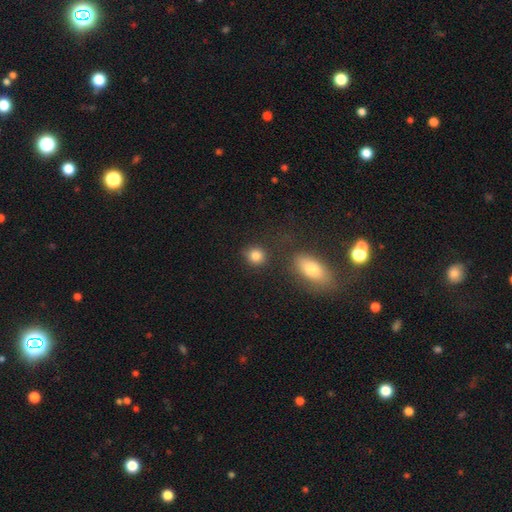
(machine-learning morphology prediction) Smooth or featured? Predicted: smooth (p=0.84). How rounded? Predicted: round (p=0.80). Merging? Predicted: none (p=0.75).